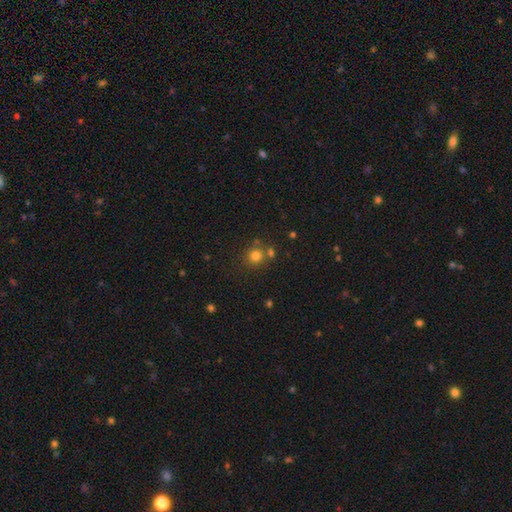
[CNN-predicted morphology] A smooth galaxy with no disk features (78%) that is round (89%). Merging: none (68%).